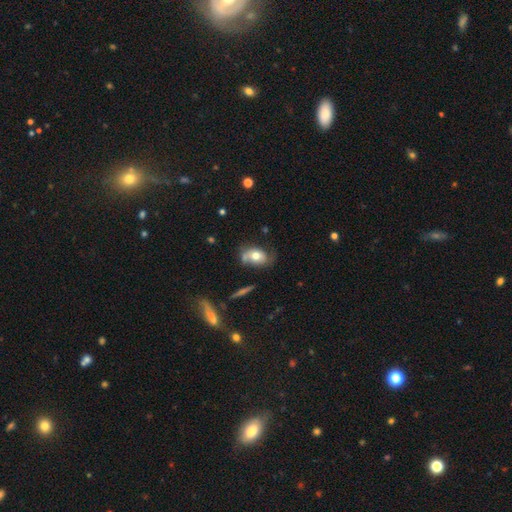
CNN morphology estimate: The model was most divided on "merging": none: 49%, minor disturbance: 29%, major disturbance: 13%, merger: 10%. More confident: how rounded — in between (79%); smooth or featured — smooth (64%).